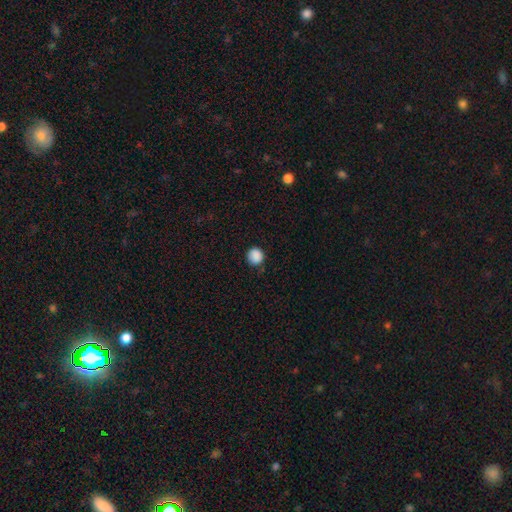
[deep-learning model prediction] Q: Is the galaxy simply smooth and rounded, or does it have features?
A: smooth — 88%.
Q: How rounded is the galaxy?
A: round — 92%.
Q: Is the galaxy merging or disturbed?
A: none — 86%.